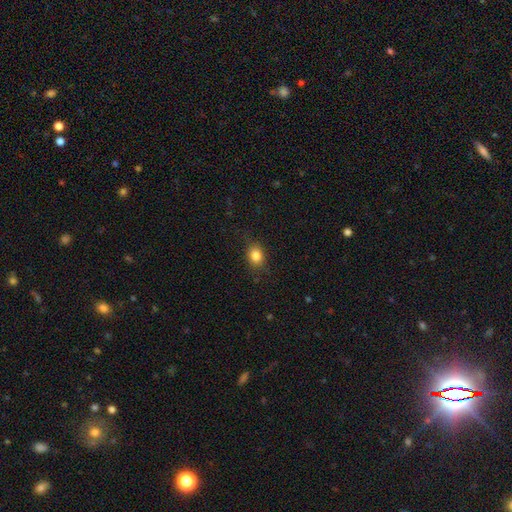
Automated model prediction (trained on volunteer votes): A smooth galaxy with no disk features (84%) that is in between round and cigar-shaped (54%).

Vote fractions:
- Smooth or featured? smooth: 84% / star or artifact: 10% / featured or disk: 6%
- How rounded? in between: 54% / round: 45% / cigar-shaped: 1%
- Merging? none: 81% / minor disturbance: 14% / major disturbance: 4% / merger: 1%